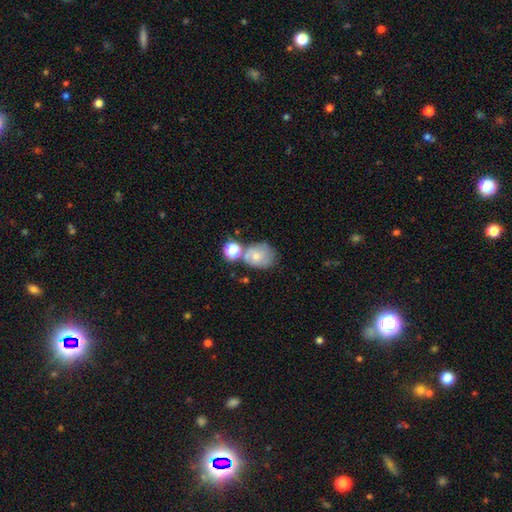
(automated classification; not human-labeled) Smooth or featured? smooth (61%)
How rounded? round (51%)
Merging? none (37%)